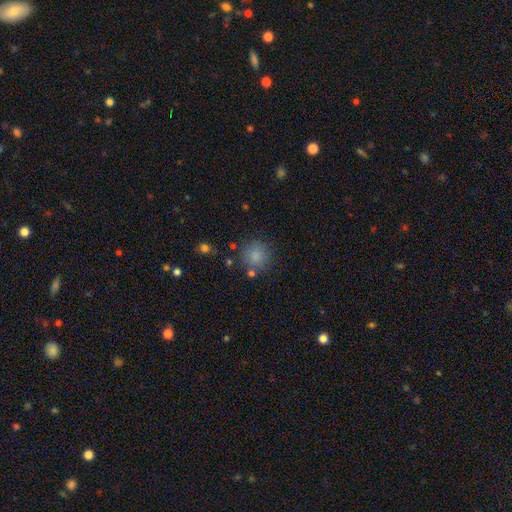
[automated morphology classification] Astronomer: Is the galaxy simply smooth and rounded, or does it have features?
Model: smooth — 83%.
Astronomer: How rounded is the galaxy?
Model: round — 91%.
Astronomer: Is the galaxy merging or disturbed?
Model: none — 79%.